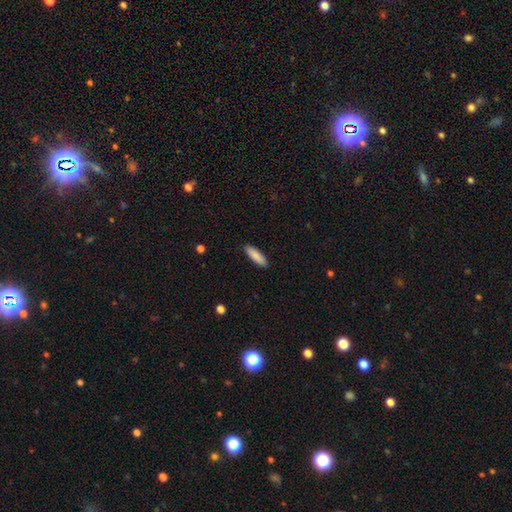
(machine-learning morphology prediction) smooth 86%, featured or disk 8%, star or artifact 6%. Down the decision tree: how rounded — cigar-shaped (59%); merging — none (90%).